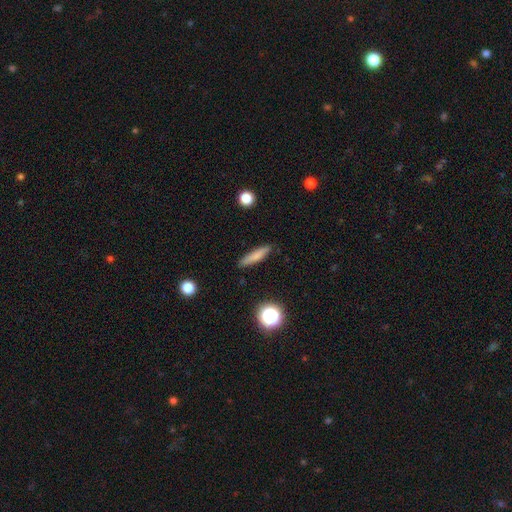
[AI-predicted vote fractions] Overall: smooth (76%). How rounded: cigar-shaped (85%). Merging: none (88%).